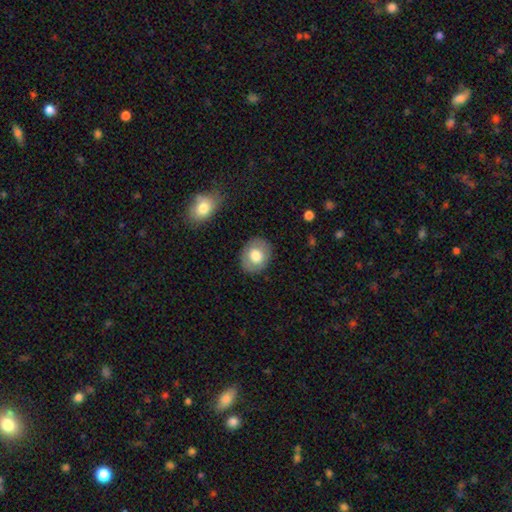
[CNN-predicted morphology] Q: Smooth or featured?
A: smooth (74%); runner-up: featured or disk (18%)
Q: How rounded?
A: round (60%); runner-up: in between (39%)
Q: Merging?
A: none (87%); runner-up: minor disturbance (9%)